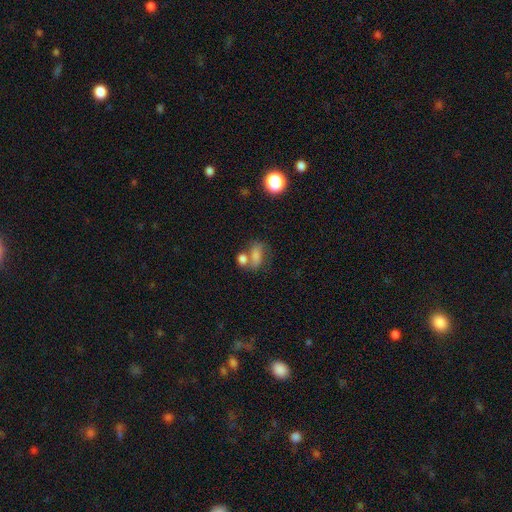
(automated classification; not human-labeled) Q: Smooth or featured?
A: smooth (73%); runner-up: featured or disk (15%)
Q: How rounded?
A: in between (79%); runner-up: round (16%)
Q: Merging?
A: merger (43%); runner-up: none (33%)